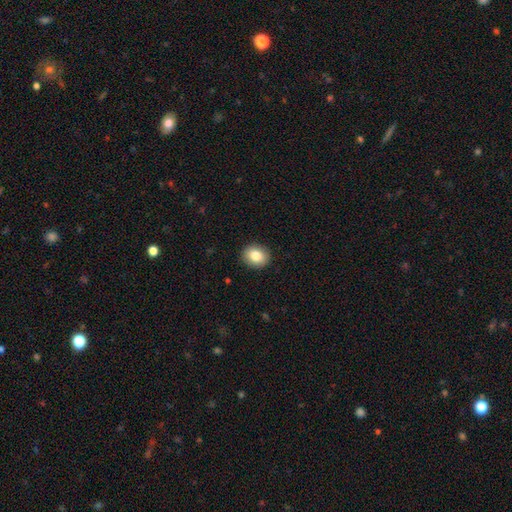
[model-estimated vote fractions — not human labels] A smooth galaxy with no disk features (83%) that is round (61%).

Vote fractions:
- Smooth or featured? smooth: 83% / star or artifact: 9% / featured or disk: 8%
- How rounded? round: 61% / in between: 38% / cigar-shaped: 1%
- Merging? none: 91% / minor disturbance: 7% / major disturbance: 2% / merger: 1%